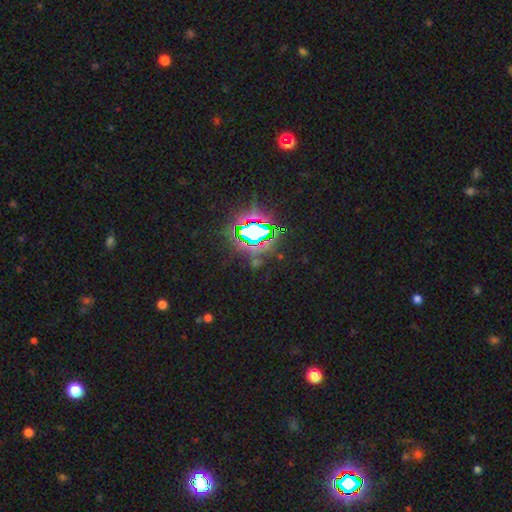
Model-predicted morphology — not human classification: smooth_or_featured: star or artifact (p=0.79) [alt: smooth p=0.12]